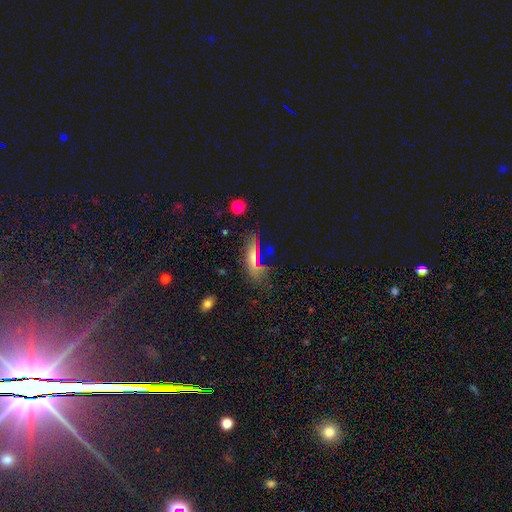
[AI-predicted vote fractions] This appears to be a smooth galaxy with no disk features (45%). Merging: none (58%).